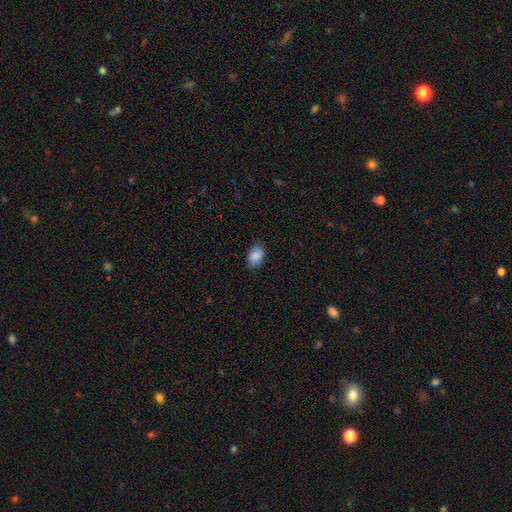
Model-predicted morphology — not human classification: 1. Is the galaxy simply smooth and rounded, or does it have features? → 87% smooth, 7% star or artifact, 5% featured or disk.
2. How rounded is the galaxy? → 86% in between, 13% round, 1% cigar-shaped.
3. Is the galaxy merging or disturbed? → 79% none, 16% minor disturbance, 3% major disturbance, 1% merger.